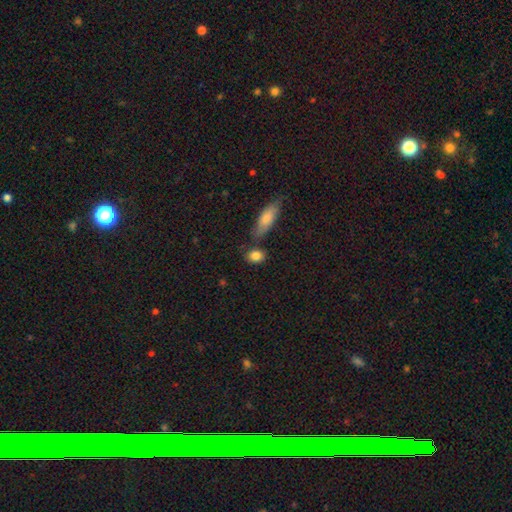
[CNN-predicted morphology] Smooth or featured? Predicted: smooth (p=0.85). How rounded? Predicted: in between (p=0.60). Merging? Predicted: none (p=0.72).